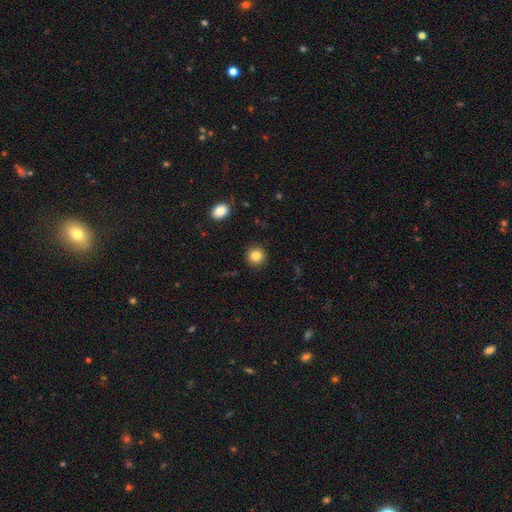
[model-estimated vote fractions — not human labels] This is clearly a smooth galaxy (84%). How rounded: clearly round (92%). Merging: clearly none (91%).